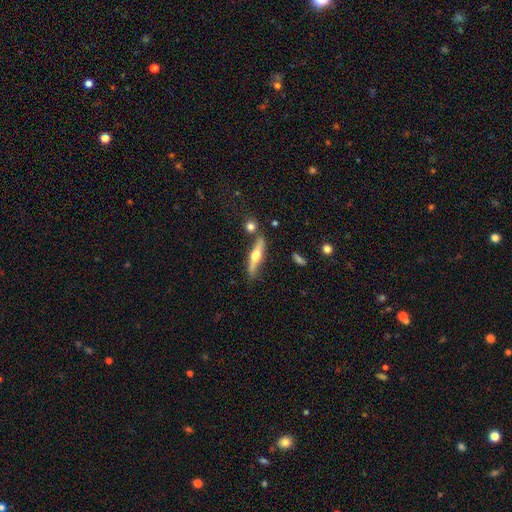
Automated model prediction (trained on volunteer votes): Morphology: type=featured or disk (59%); edge-on=yes (93%); edge-on bulge=rounded (94%); merging=none (76%).